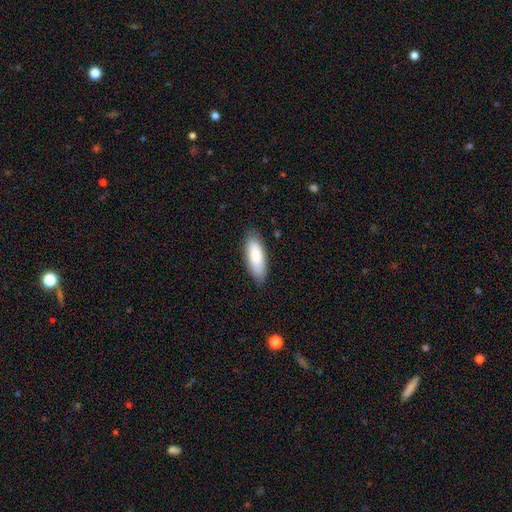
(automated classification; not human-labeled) smooth_or_featured: smooth (p=0.82) [alt: featured or disk p=0.12]
how_rounded: in between (p=0.69) [alt: cigar-shaped p=0.29]
merging: none (p=0.84) [alt: minor disturbance p=0.13]